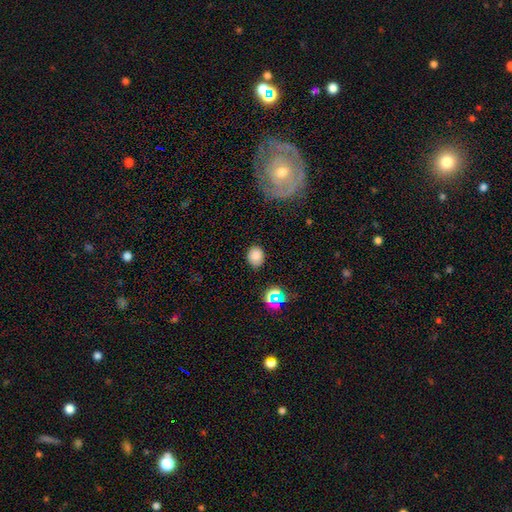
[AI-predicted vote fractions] Smooth or featured? smooth (81%)
How rounded? round (54%)
Merging? none (83%)